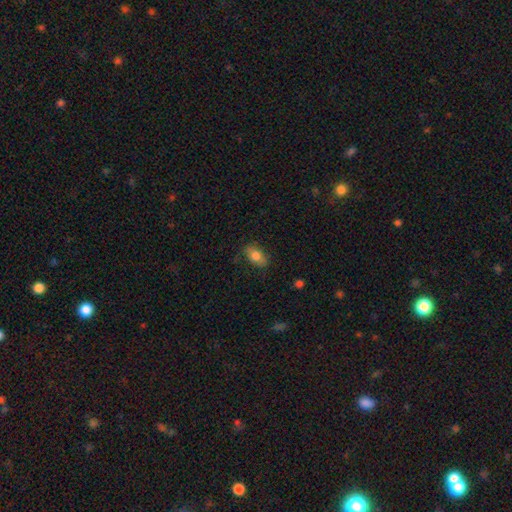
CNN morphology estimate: The model was most divided on "merging": none: 76%, minor disturbance: 18%, major disturbance: 5%, merger: 1%. More confident: how rounded — in between (86%); smooth or featured — smooth (77%).